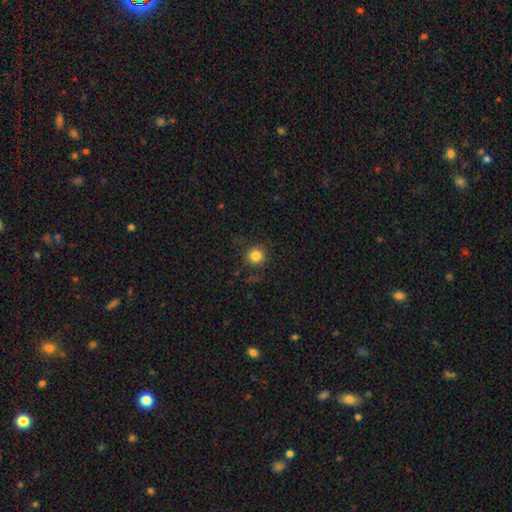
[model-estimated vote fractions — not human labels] Smooth or featured? smooth (83%)
How rounded? round (93%)
Merging? none (86%)